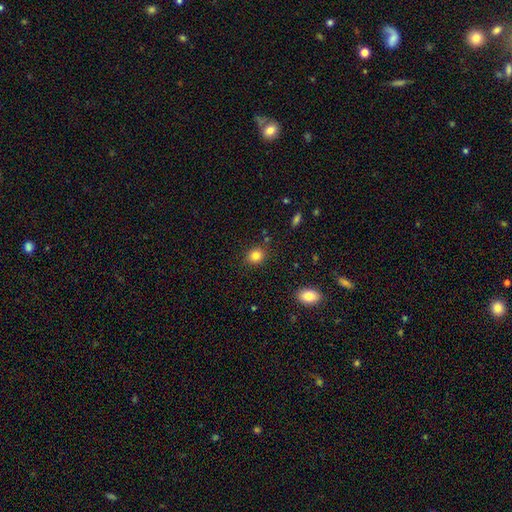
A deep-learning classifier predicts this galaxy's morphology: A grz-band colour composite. It shows a smooth galaxy with no disk features (83%) that is round (65%). Merging: none (86%).